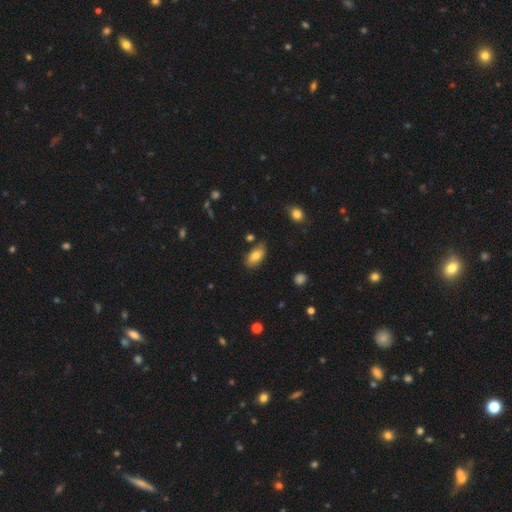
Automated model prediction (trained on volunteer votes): This appears to be a smooth galaxy with no disk features (77%) that is in between round and cigar-shaped (91%). Merging: none (72%).